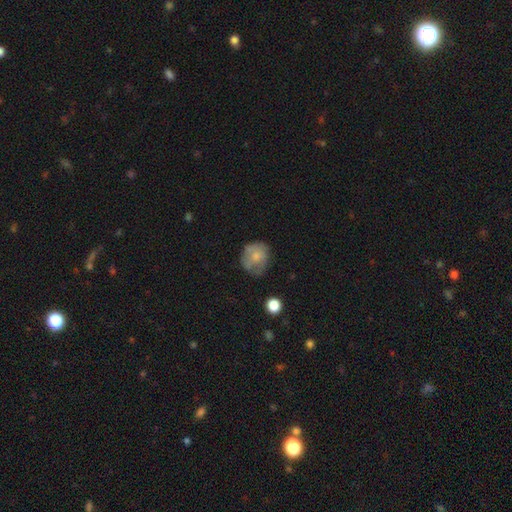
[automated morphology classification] Smooth or featured? smooth (66%)
How rounded? round (73%)
Merging? none (52%)